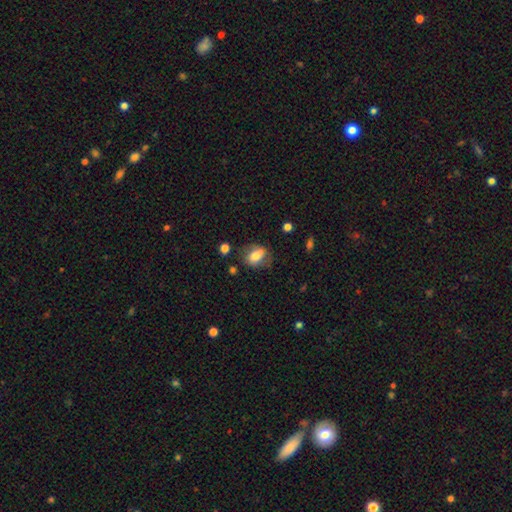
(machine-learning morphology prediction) Smooth or featured: smooth — 68% (featured or disk — 24%)
How rounded: in between — 71% (round — 27%)
Merging: none — 63% (minor disturbance — 23%)